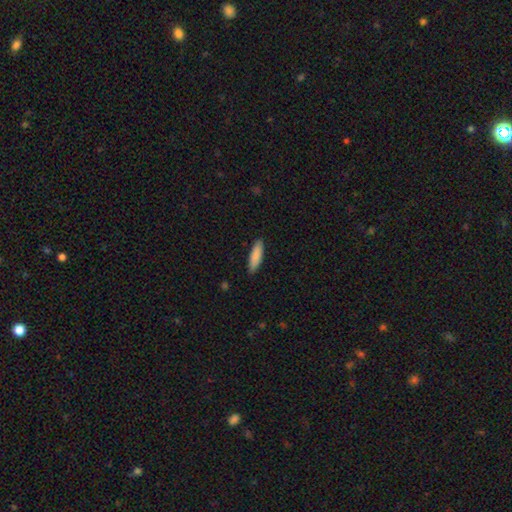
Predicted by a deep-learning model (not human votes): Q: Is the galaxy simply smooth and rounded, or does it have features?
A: smooth — 88%.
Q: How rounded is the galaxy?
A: cigar-shaped — 57%.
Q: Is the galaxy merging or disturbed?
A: none — 88%.